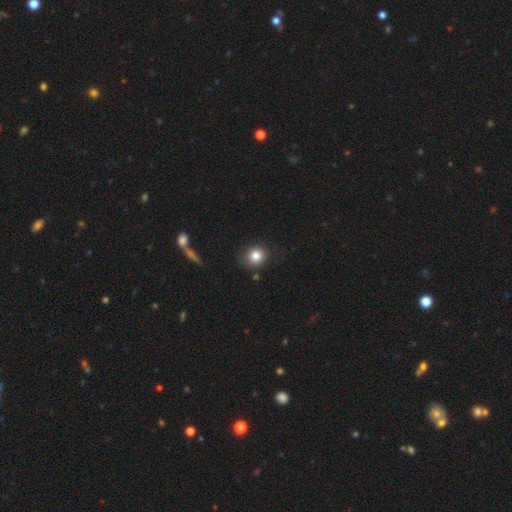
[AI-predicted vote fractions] Smooth or featured? Predicted: smooth (p=0.83). How rounded? Predicted: round (p=0.85). Merging? Predicted: none (p=0.82).